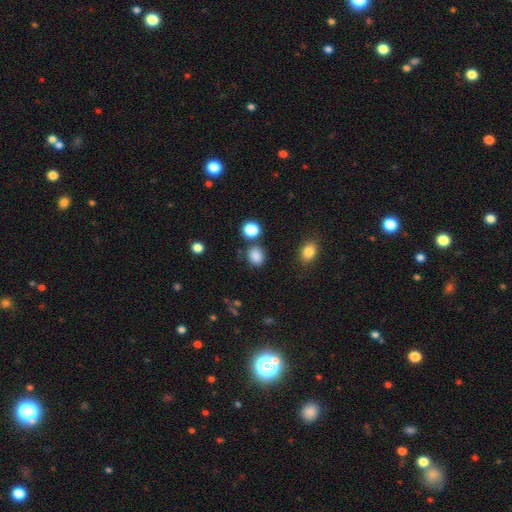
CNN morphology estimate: A smooth galaxy with no disk features (85%) that is round (56%).

Vote fractions:
- Smooth or featured? smooth: 85% / star or artifact: 11% / featured or disk: 4%
- How rounded? round: 56% / in between: 43% / cigar-shaped: 1%
- Merging? none: 76% / minor disturbance: 13% / merger: 7% / major disturbance: 4%